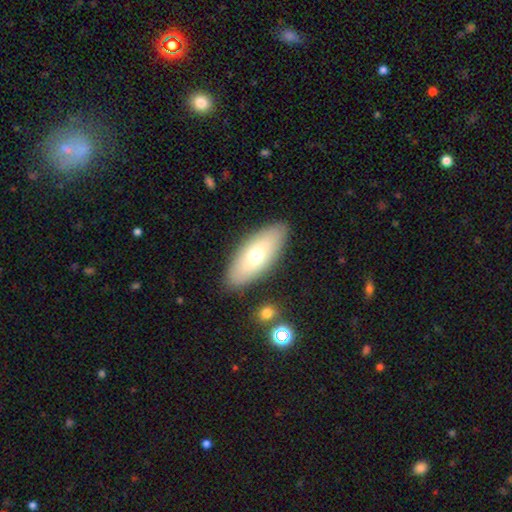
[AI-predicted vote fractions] This is likely a smooth galaxy (61%). How rounded: likely in between (80%). Merging: clearly none (87%).